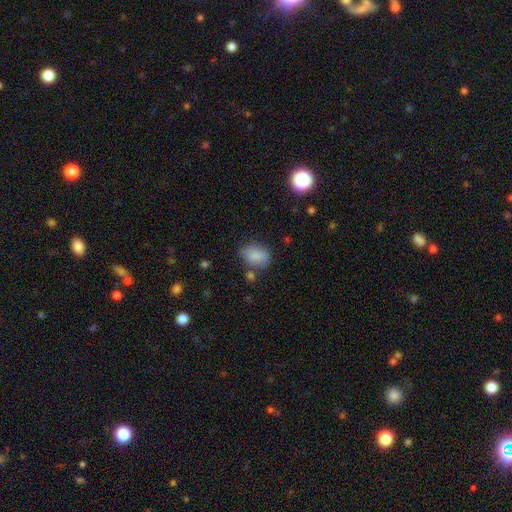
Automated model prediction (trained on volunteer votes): This appears to be a smooth galaxy with no disk features (82%) that is in between round and cigar-shaped (67%). Merging: none (64%).